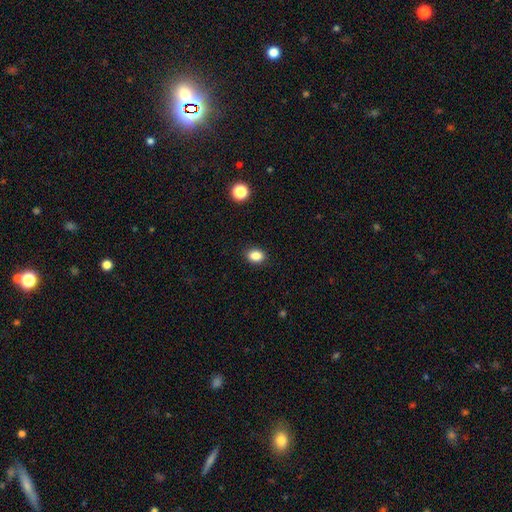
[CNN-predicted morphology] Smooth or featured? Predicted: smooth (p=0.86). How rounded? Predicted: in between (p=0.67). Merging? Predicted: none (p=0.90).